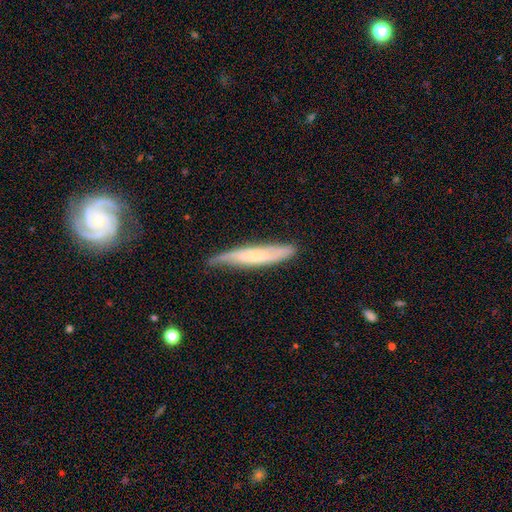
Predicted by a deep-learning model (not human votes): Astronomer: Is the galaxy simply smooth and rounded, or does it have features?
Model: featured or disk — 49% (runner-up: smooth, 45%).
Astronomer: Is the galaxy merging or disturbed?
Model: none — 62%.